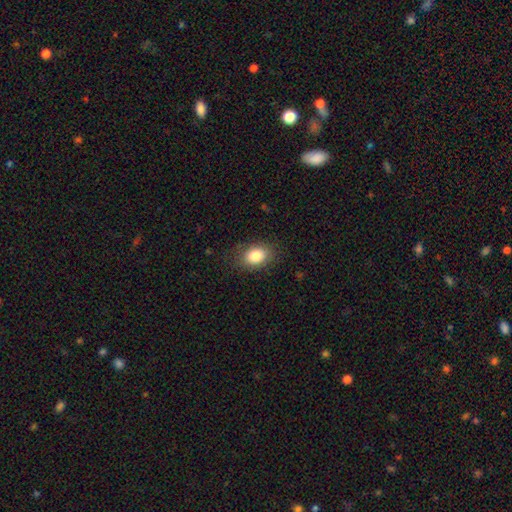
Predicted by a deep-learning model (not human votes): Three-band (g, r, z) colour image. It shows a smooth galaxy with no disk features (83%) that is in between round and cigar-shaped (76%). Merging: none (82%).